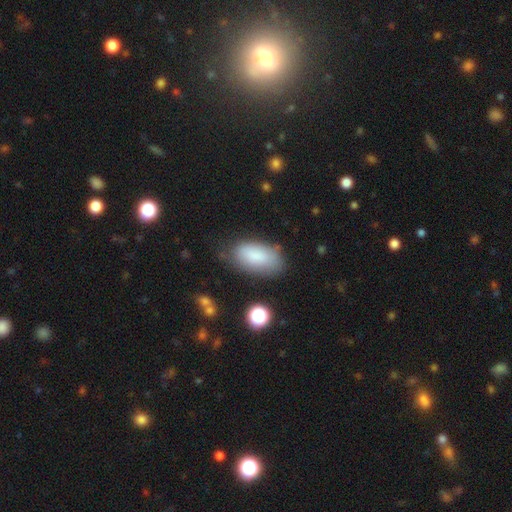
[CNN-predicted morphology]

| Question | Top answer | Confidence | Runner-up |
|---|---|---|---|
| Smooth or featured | smooth | 82% | featured or disk (11%) |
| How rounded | in between | 93% | round (4%) |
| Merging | none | 67% | minor disturbance (22%) |